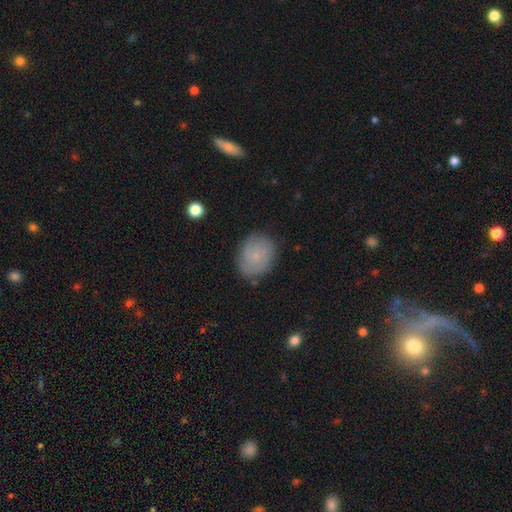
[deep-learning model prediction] smooth-or-featured: featured or disk: 51% | smooth: 40% | star or artifact: 9%
  disk-edge-on: no: 97% | yes: 3%
    bar: no: 78% | weak: 19% | strong: 3%
    has-spiral-arms: yes: 85% | no: 15%
    bulge-size: small: 77% | none: 11% | moderate: 10% | large: 1% | dominant: 1%
  merging: none: 78% | minor disturbance: 17% | major disturbance: 4% | merger: 1%